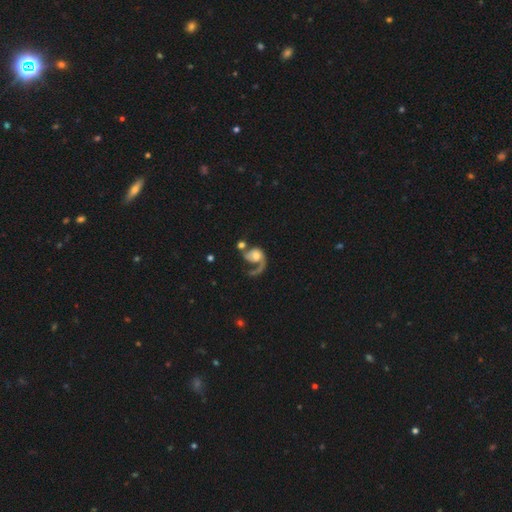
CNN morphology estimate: A featured or disk galaxy (74%) with no bar (75%), 1 (84%) loose (53%) spiral arms (89%) and a moderate central bulge (56%). Merging: major disturbance (41%).